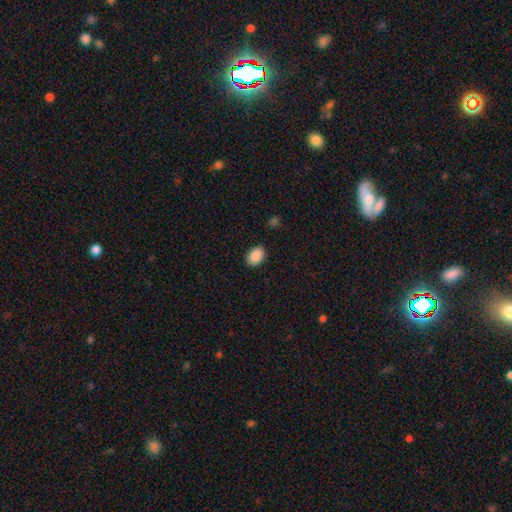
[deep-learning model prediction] Smooth or featured?
  - smooth: 90% *
  - star or artifact: 7%
  - featured or disk: 4%
How rounded?
  - in between: 85% *
  - round: 14%
  - cigar-shaped: 1%
Merging?
  - none: 88% *
  - minor disturbance: 9%
  - major disturbance: 2%
  - merger: 1%